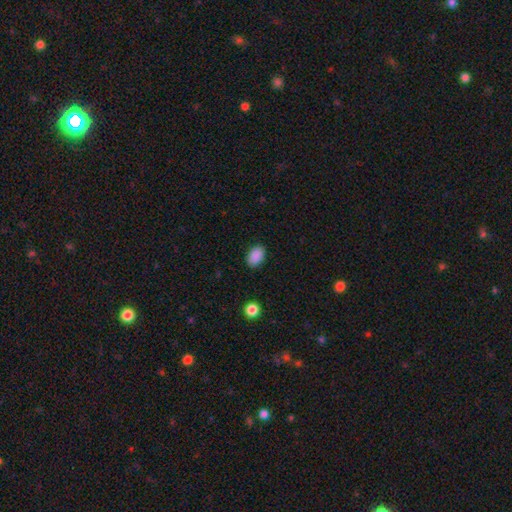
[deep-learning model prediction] This is clearly a smooth galaxy (89%). How rounded: clearly in between (86%). Merging: clearly none (87%).